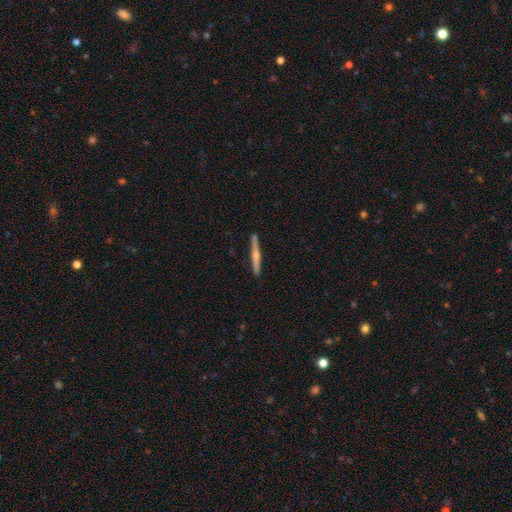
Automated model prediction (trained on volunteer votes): smooth-or-featured: featured or disk: 55% | smooth: 39% | star or artifact: 5%
  disk-edge-on: yes: 97% | no: 3%
    edge-on-bulge: rounded: 77% | none: 16% | boxy: 7%
  merging: none: 90% | minor disturbance: 7% | merger: 2% | major disturbance: 1%